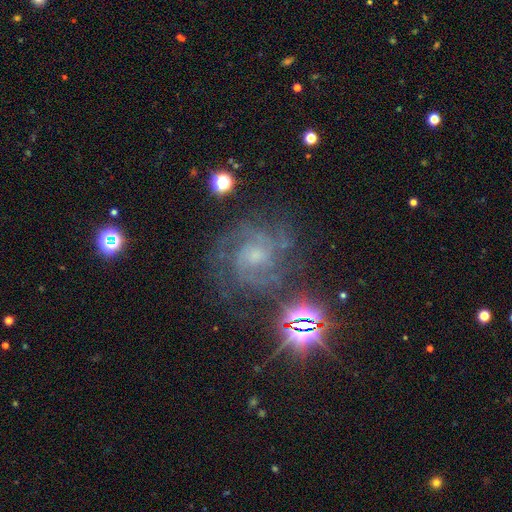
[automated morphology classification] featured or disk 75%, star or artifact 17%, smooth 8%. Down the decision tree: edge-on disk — no (97%); bar — no (60%); spiral arms — yes (96%); spiral arm count — 2 (32%); spiral winding — tight (54%); bulge size — small (51%); merging — none (70%).